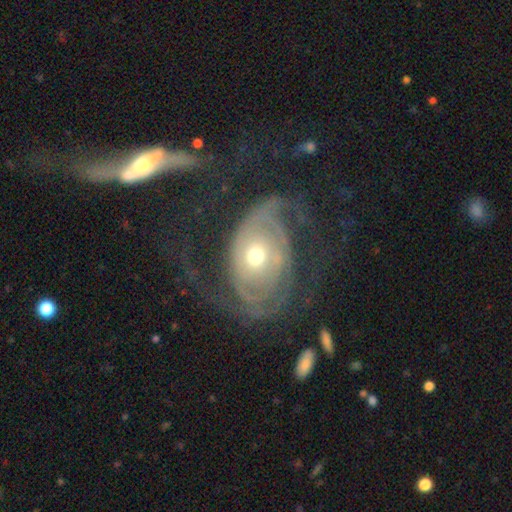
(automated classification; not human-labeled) smooth-or-featured: featured or disk: 85% | smooth: 9% | star or artifact: 6%
  disk-edge-on: no: 96% | yes: 4%
    bar: no: 78% | weak: 17% | strong: 6%
    has-spiral-arms: yes: 90% | no: 10%
      spiral-winding: tight: 44% | medium: 33% | loose: 23%
      spiral-arm-count: 2: 46% | can't tell: 22% | 3: 12% | 1: 9% | 4: 6% | more than 4: 5%
    bulge-size: moderate: 57% | small: 37% | large: 4% | dominant: 1% | none: 1%
  merging: none: 52% | major disturbance: 29% | minor disturbance: 16% | merger: 3%